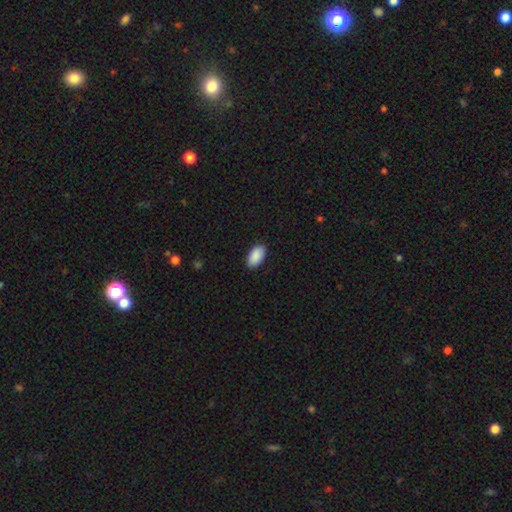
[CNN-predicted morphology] This appears to be a smooth galaxy with no disk features (91%) that is in between round and cigar-shaped (95%). Merging: none (89%).